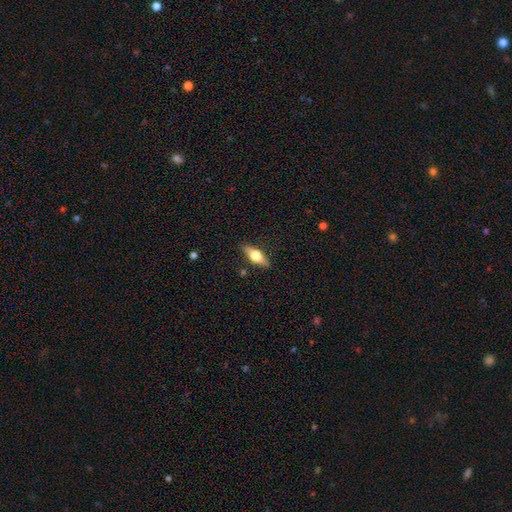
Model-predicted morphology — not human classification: Overall: featured or disk (51%; smooth 42%). Edge-on disk: yes (92%). Merging: none (87%).